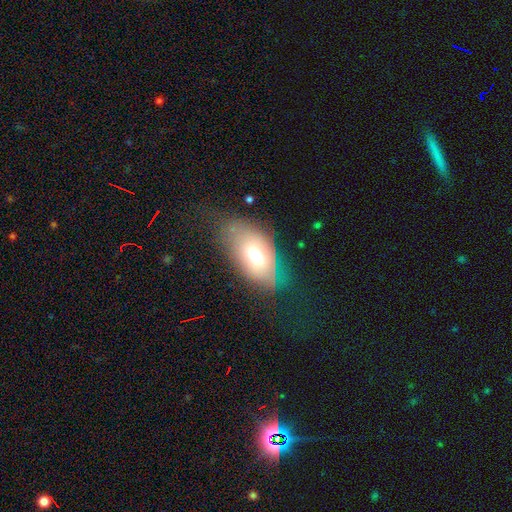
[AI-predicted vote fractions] This appears to be a smooth galaxy with no disk features (65%) that is in between round and cigar-shaped (91%). Merging: none (56%).